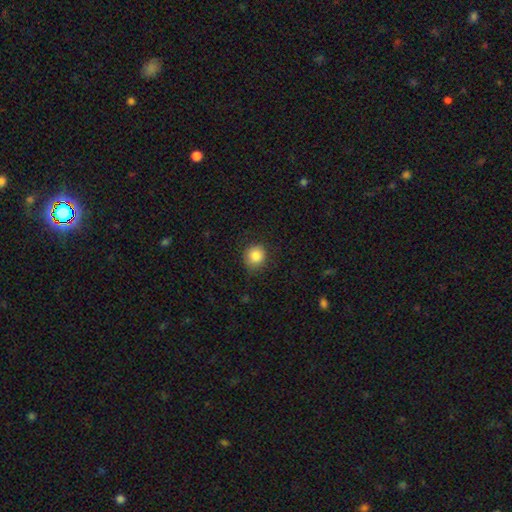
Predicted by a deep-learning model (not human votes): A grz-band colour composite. It shows a smooth galaxy with no disk features (85%) that is round (86%). Merging: none (83%).